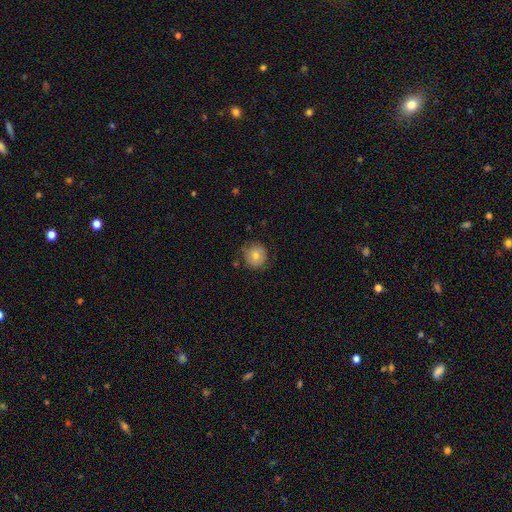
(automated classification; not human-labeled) Smooth or featured? Predicted: smooth (p=0.77). How rounded? Predicted: round (p=0.89). Merging? Predicted: none (p=0.75).